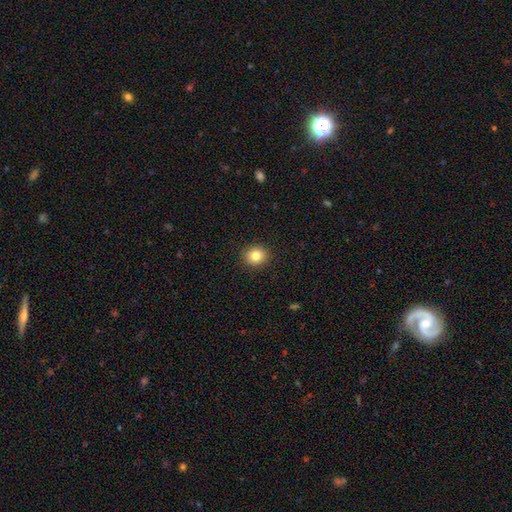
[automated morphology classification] type=smooth (83%); roundness=round (78%); merging=none (91%).